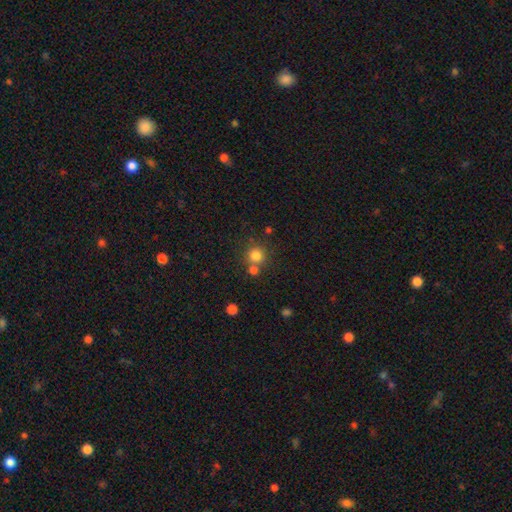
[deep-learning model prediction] The model was most divided on "merging": none: 67%, merger: 22%, minor disturbance: 8%, major disturbance: 3%. More confident: how rounded — round (92%); smooth or featured — smooth (80%).